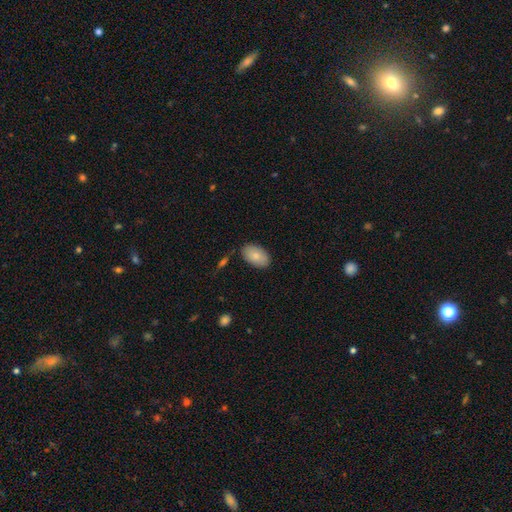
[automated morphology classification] A smooth galaxy with no disk features (83%) that is in between round and cigar-shaped (93%). Merging: none (83%).